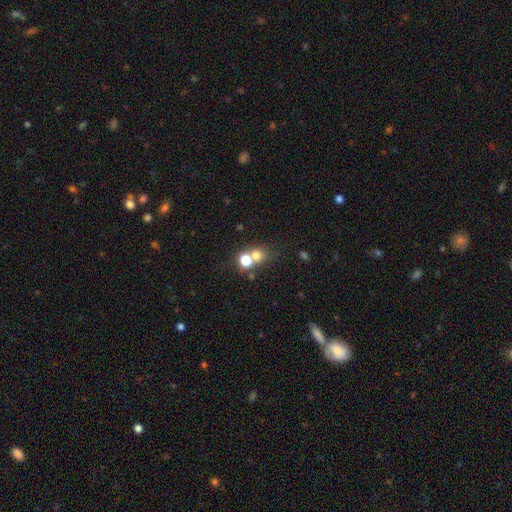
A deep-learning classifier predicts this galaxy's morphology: Q: Smooth or featured?
A: smooth (70%); runner-up: star or artifact (17%)
Q: How rounded?
A: round (77%); runner-up: in between (22%)
Q: Merging?
A: merger (48%); runner-up: none (42%)